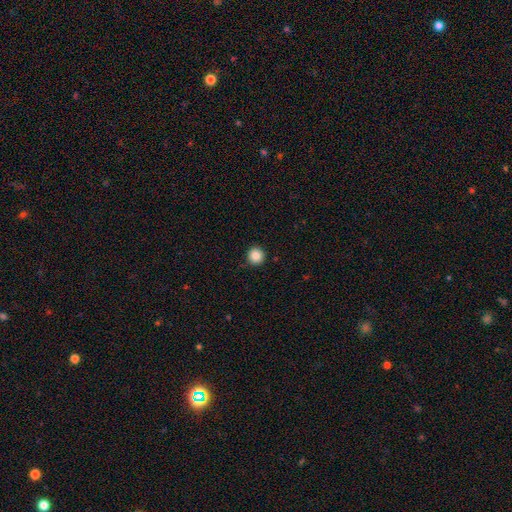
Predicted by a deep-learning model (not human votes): Smooth or featured? smooth (86%)
How rounded? round (95%)
Merging? none (92%)